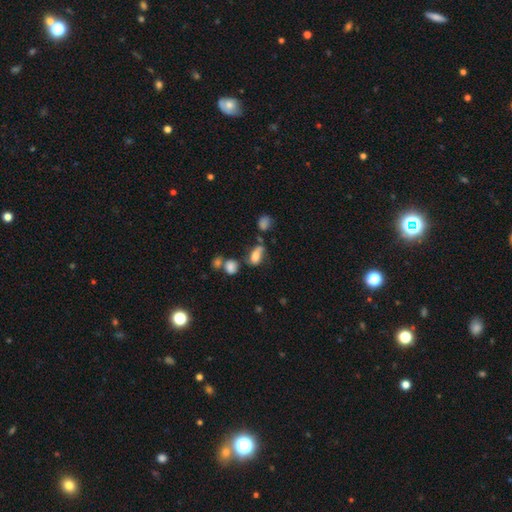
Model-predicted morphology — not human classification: Overall: smooth (67%). How rounded: in between (80%). Merging: none (40%; minor disturbance 26%).